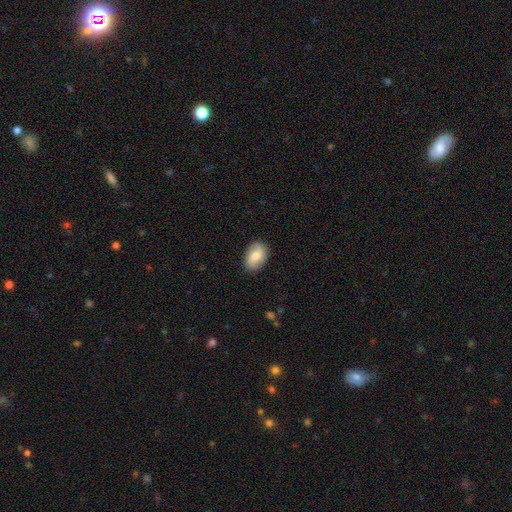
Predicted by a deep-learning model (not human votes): Overall: smooth (50%; featured or disk 43%). How rounded: in between (83%). Merging: none (84%).